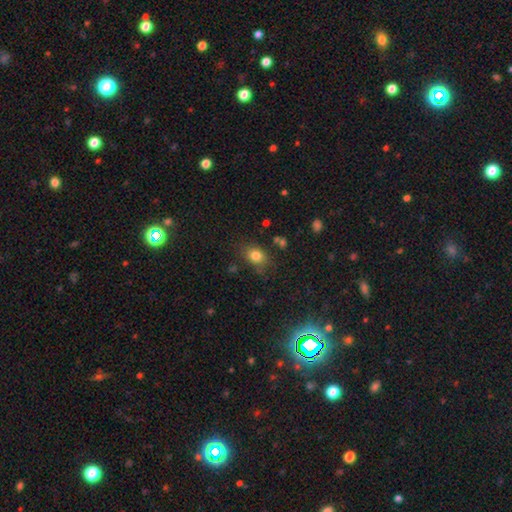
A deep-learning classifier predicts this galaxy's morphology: Smooth or featured? Predicted: smooth (p=0.80). How rounded? Predicted: in between (p=0.64). Merging? Predicted: none (p=0.75).